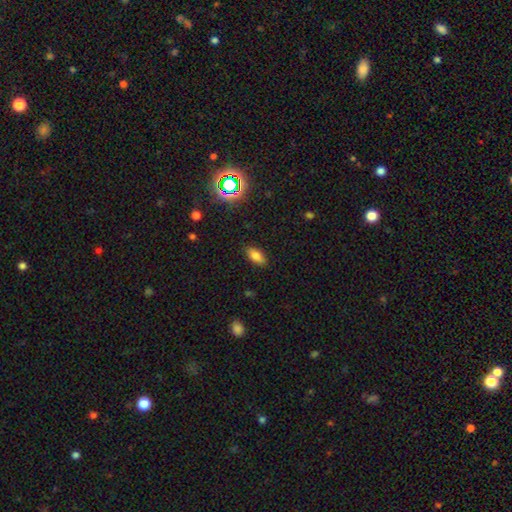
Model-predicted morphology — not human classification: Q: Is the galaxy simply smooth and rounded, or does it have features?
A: smooth — 80%.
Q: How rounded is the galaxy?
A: in between — 87%.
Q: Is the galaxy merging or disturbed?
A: none — 87%.